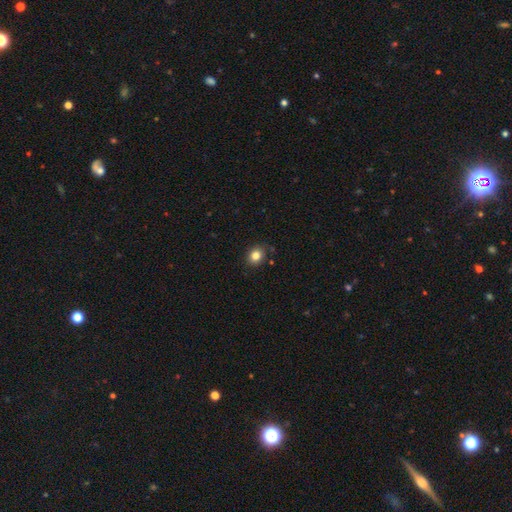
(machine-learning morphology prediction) Q: Smooth or featured?
A: smooth (83%); runner-up: star or artifact (11%)
Q: How rounded?
A: round (65%); runner-up: in between (34%)
Q: Merging?
A: none (85%); runner-up: minor disturbance (11%)